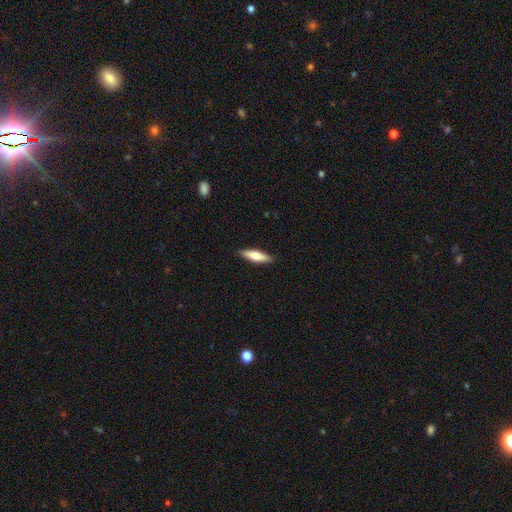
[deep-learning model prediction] Overall: smooth (60%; featured or disk 34%). How rounded: cigar-shaped (68%; in between 30%). Merging: none (90%).